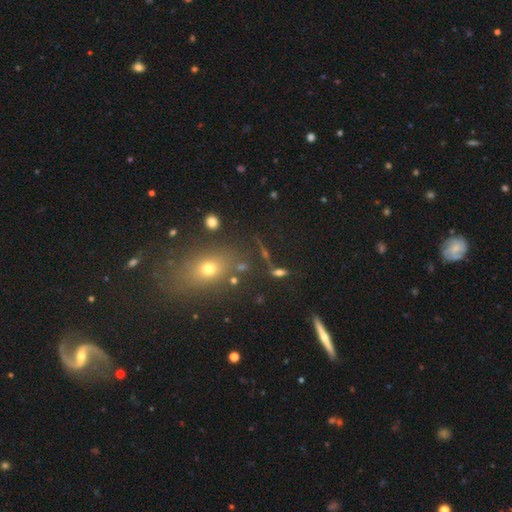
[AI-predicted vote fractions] Smooth or featured: smooth — 44% (featured or disk — 29%)
Merging: none — 74% (minor disturbance — 13%)